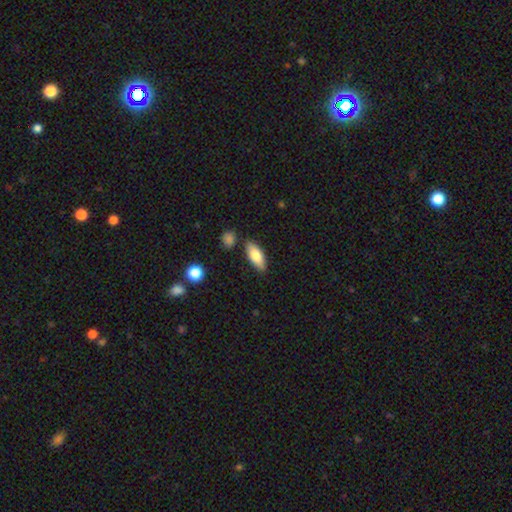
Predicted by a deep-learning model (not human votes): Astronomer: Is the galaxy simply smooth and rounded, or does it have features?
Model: smooth — 75%.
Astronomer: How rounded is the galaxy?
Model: in between — 79%.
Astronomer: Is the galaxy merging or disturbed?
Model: none — 82%.